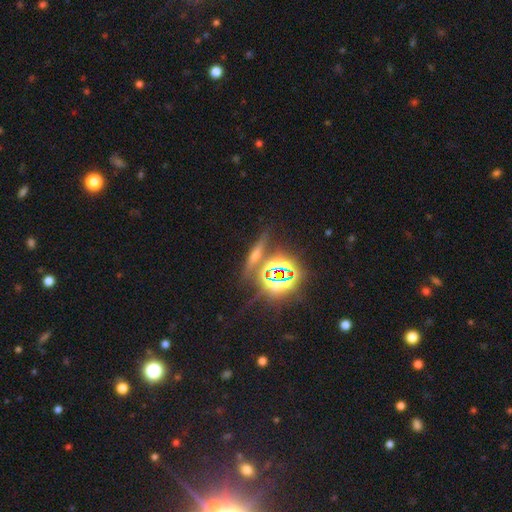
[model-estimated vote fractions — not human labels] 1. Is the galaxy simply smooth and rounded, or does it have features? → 47% star or artifact, 27% featured or disk, 26% smooth.